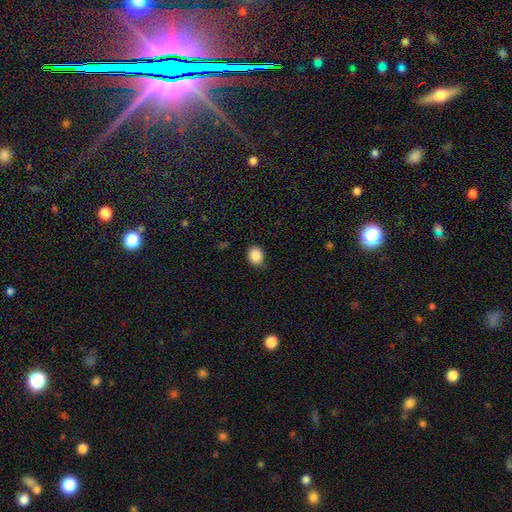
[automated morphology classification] smooth-or-featured: smooth: 87% | star or artifact: 9% | featured or disk: 4%
  how-rounded: round: 65% | in between: 34% | cigar-shaped: 1%
  merging: none: 85% | minor disturbance: 12% | major disturbance: 2% | merger: 1%